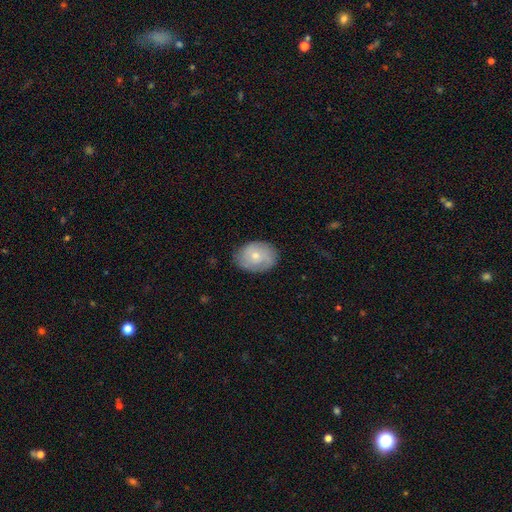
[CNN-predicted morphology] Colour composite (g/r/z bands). It shows a smooth galaxy with no disk features (57%) that is in between round and cigar-shaped (60%). Merging: none (77%).